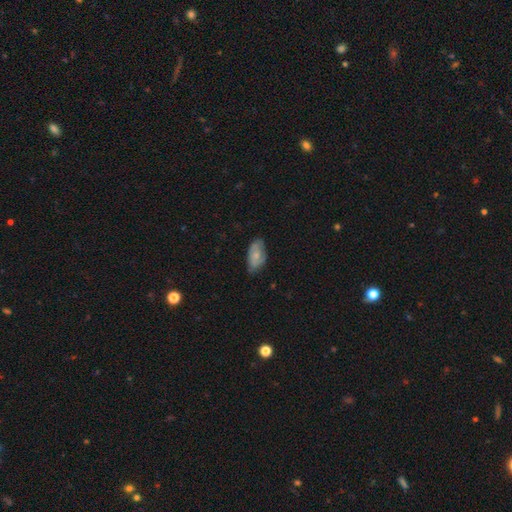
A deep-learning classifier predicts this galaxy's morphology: Overall: smooth (63%; featured or disk 31%). How rounded: in between (92%). Merging: none (60%; minor disturbance 32%).